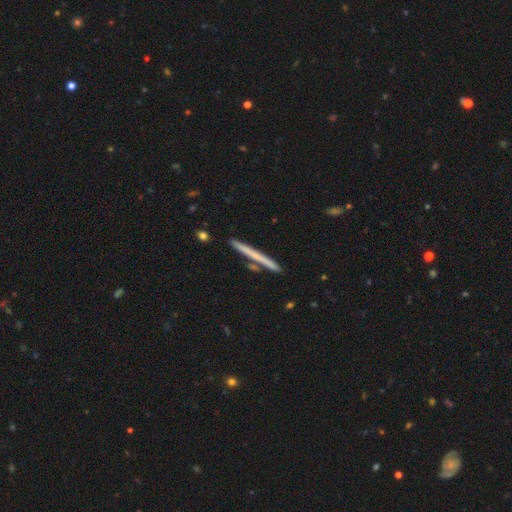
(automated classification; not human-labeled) Morphology: type=smooth (50%); merging=none (88%).